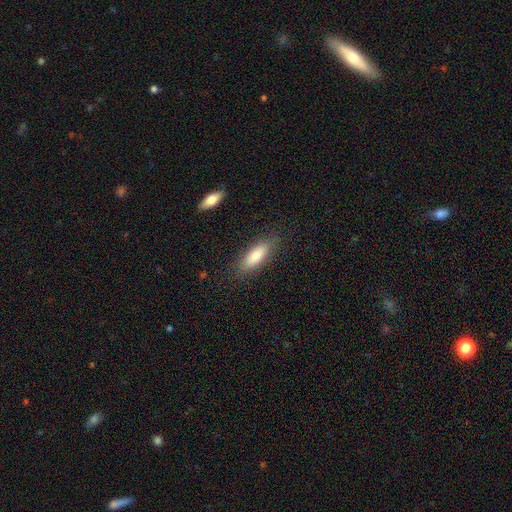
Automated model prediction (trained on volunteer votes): Q: Smooth or featured?
A: smooth (82%); runner-up: featured or disk (11%)
Q: How rounded?
A: in between (64%); runner-up: cigar-shaped (34%)
Q: Merging?
A: none (83%); runner-up: minor disturbance (12%)